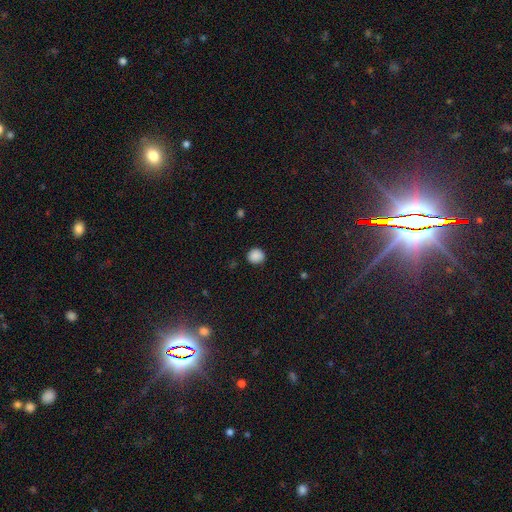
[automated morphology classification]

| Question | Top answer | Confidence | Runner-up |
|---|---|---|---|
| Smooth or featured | smooth | 87% | star or artifact (10%) |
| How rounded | round | 87% | in between (12%) |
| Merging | none | 85% | minor disturbance (11%) |